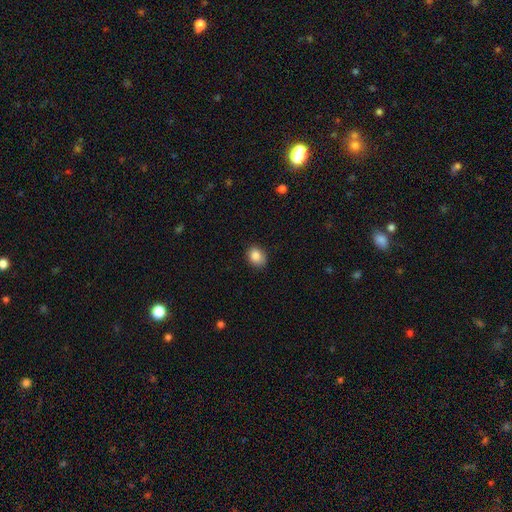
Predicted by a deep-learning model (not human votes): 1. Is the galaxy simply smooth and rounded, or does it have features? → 86% smooth, 9% star or artifact, 6% featured or disk.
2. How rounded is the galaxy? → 58% in between, 41% round, 1% cigar-shaped.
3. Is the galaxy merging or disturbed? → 79% none, 17% minor disturbance, 3% major disturbance, 1% merger.